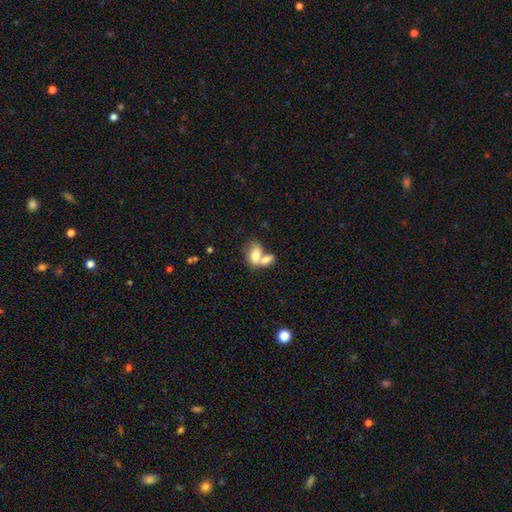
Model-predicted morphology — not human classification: Q: Smooth or featured?
A: smooth (75%); runner-up: featured or disk (18%)
Q: How rounded?
A: in between (85%); runner-up: round (13%)
Q: Merging?
A: merger (67%); runner-up: none (20%)